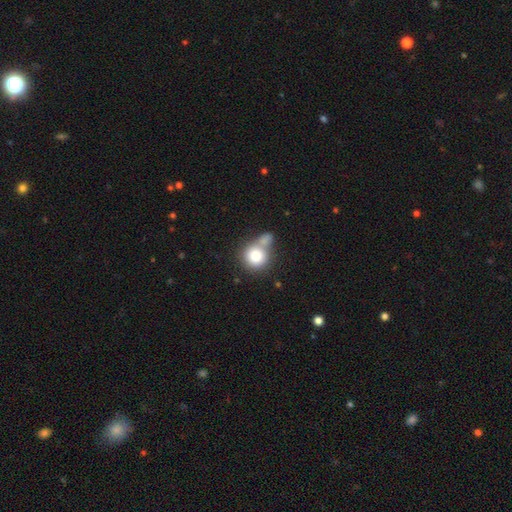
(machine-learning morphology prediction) The model was most divided on "merging": merger: 45%, none: 38%, minor disturbance: 11%, major disturbance: 6%. More confident: how rounded — round (87%); smooth or featured — smooth (81%).